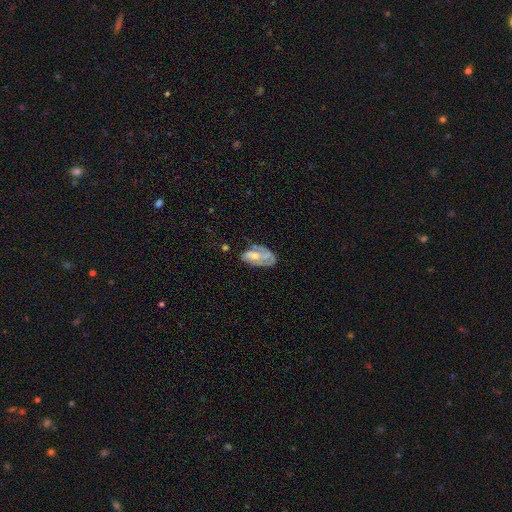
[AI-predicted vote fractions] A featured or disk galaxy (60%) with no bar (64%), spiral arms (73%) and a small central bulge (43%).

Vote fractions:
- Smooth or featured? featured or disk: 60% / smooth: 33% / star or artifact: 7%
- Edge-on disk? no: 95% / yes: 5%
- Bar? no: 64% / weak: 28% / strong: 8%
- Spiral arms? yes: 73% / no: 27%
- Bulge size? small: 43% / moderate: 42% / none: 9% / large: 4% / dominant: 1%
- Merging? none: 43% / minor disturbance: 29% / major disturbance: 24% / merger: 4%